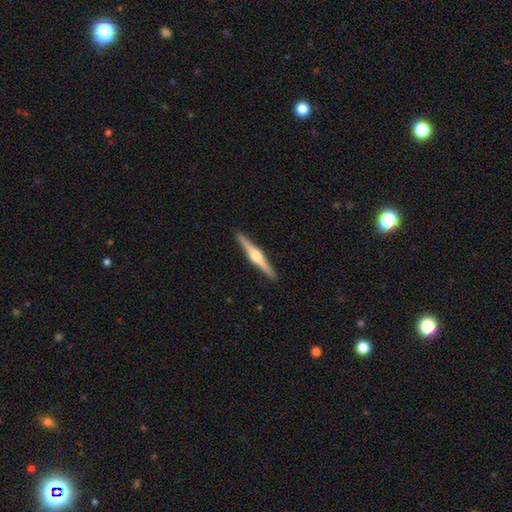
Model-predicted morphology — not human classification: This is likely a featured or disk galaxy (79%). It is clearly viewed edge-on (99%). Edge-on bulge: clearly rounded (91%). Merging: clearly none (93%).